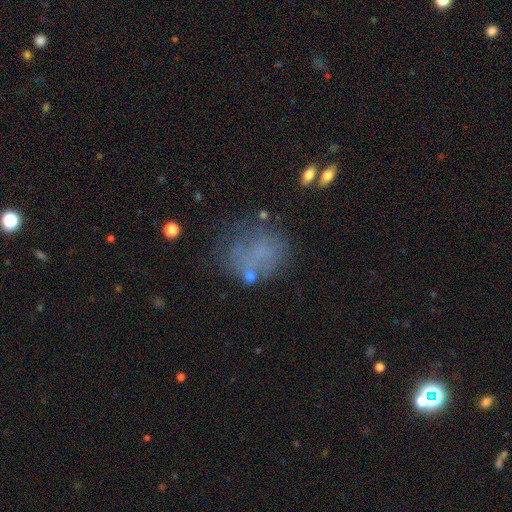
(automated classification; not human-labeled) Morphology: type=smooth (51%); roundness=round (58%); merging=none (53%).